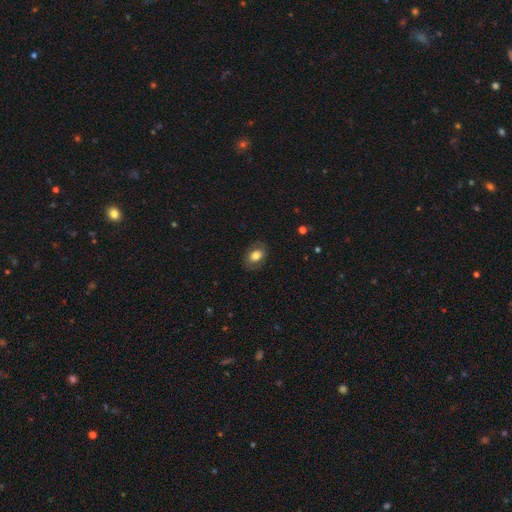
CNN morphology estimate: Smooth or featured? Predicted: smooth (p=0.72). How rounded? Predicted: in between (p=0.78). Merging? Predicted: none (p=0.80).